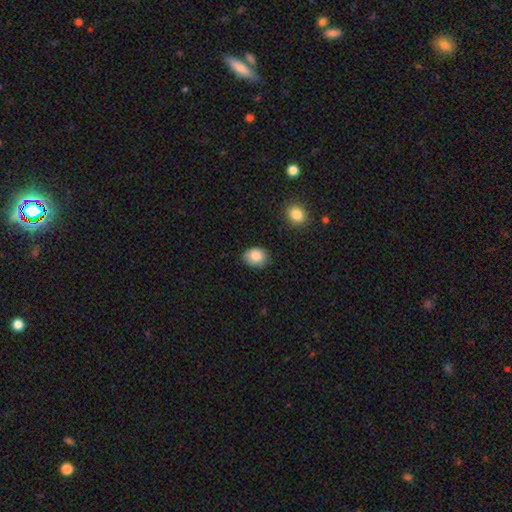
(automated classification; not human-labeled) Q: Smooth or featured?
A: smooth (86%); runner-up: star or artifact (8%)
Q: How rounded?
A: in between (50%); runner-up: round (49%)
Q: Merging?
A: none (80%); runner-up: minor disturbance (15%)